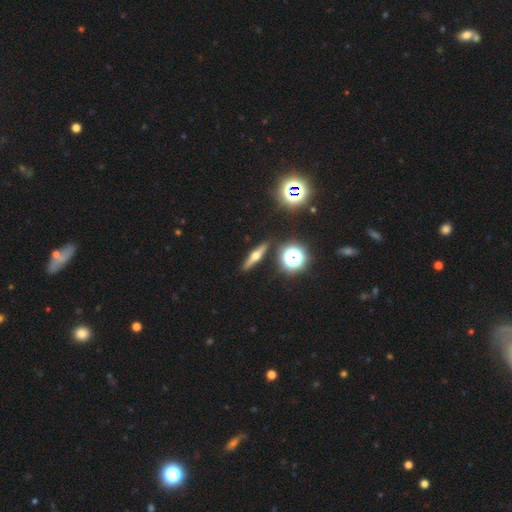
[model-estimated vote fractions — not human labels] Q: Smooth or featured?
A: featured or disk (65%); runner-up: smooth (22%)
Q: Edge-on disk?
A: yes (94%); runner-up: no (6%)
Q: Edge-on bulge?
A: rounded (95%); runner-up: boxy (3%)
Q: Merging?
A: none (90%); runner-up: minor disturbance (6%)